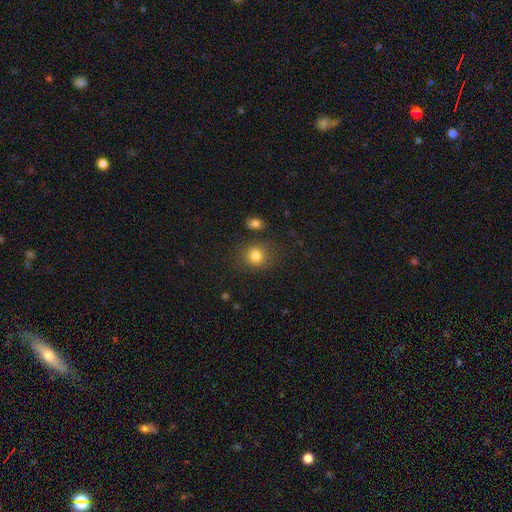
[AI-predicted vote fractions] Q: Smooth or featured?
A: smooth (80%); runner-up: star or artifact (13%)
Q: How rounded?
A: round (76%); runner-up: in between (23%)
Q: Merging?
A: none (78%); runner-up: minor disturbance (12%)